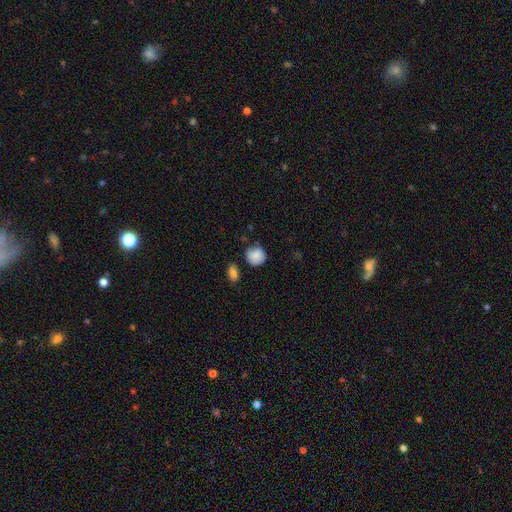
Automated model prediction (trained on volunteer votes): smooth_or_featured: smooth (p=0.84) [alt: featured or disk p=0.08]
how_rounded: round (p=0.85) [alt: in between p=0.14]
merging: none (p=0.69) [alt: minor disturbance p=0.22]